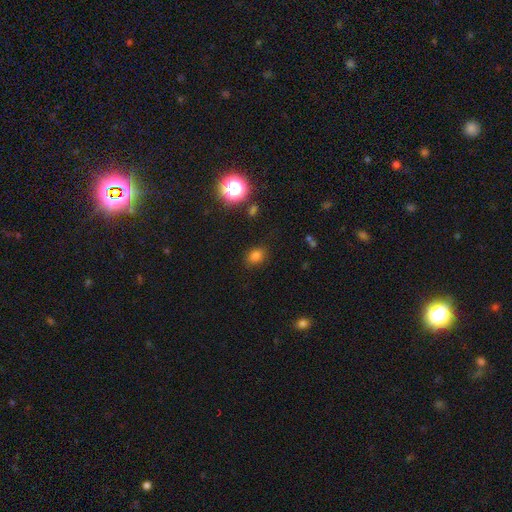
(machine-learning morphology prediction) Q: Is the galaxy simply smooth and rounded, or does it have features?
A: smooth — 77%.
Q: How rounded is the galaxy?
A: in between — 54%.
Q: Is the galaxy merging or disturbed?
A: none — 84%.